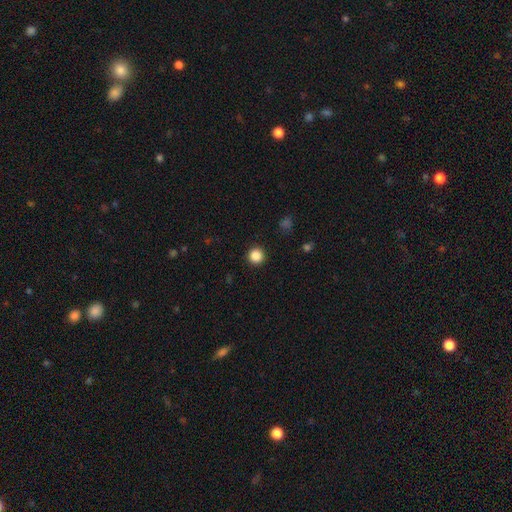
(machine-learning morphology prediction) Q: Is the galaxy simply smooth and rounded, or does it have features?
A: smooth — 87%.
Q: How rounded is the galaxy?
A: round — 95%.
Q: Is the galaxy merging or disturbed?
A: none — 92%.